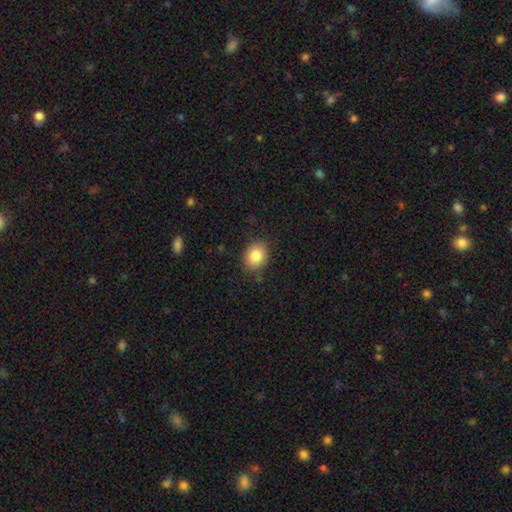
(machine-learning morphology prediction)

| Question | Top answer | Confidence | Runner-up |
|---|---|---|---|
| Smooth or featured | smooth | 84% | star or artifact (9%) |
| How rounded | in between | 53% | round (46%) |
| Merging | none | 84% | minor disturbance (12%) |